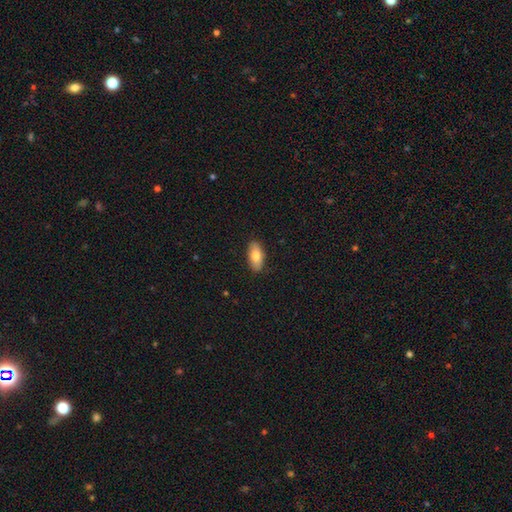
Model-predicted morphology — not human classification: Smooth or featured? smooth (77%)
How rounded? in between (89%)
Merging? none (88%)